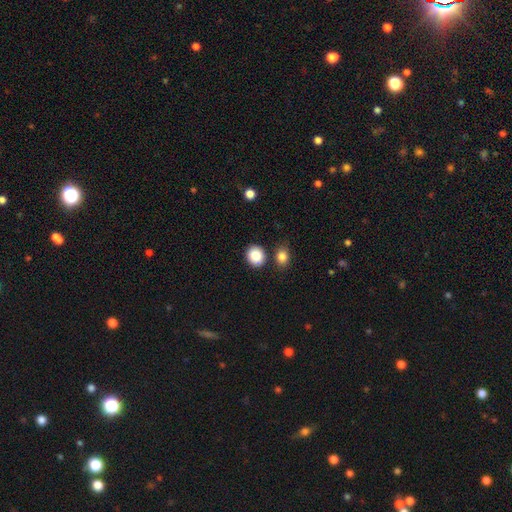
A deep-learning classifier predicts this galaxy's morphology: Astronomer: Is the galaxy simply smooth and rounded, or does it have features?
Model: smooth — 87%.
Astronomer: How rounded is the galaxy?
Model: round — 75%.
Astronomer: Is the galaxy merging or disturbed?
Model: none — 78%.